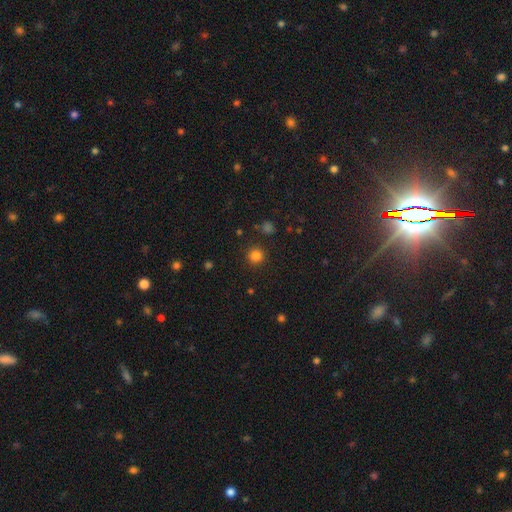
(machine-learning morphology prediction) Q: Smooth or featured?
A: smooth (82%); runner-up: star or artifact (14%)
Q: How rounded?
A: round (93%); runner-up: in between (6%)
Q: Merging?
A: none (90%); runner-up: minor disturbance (6%)